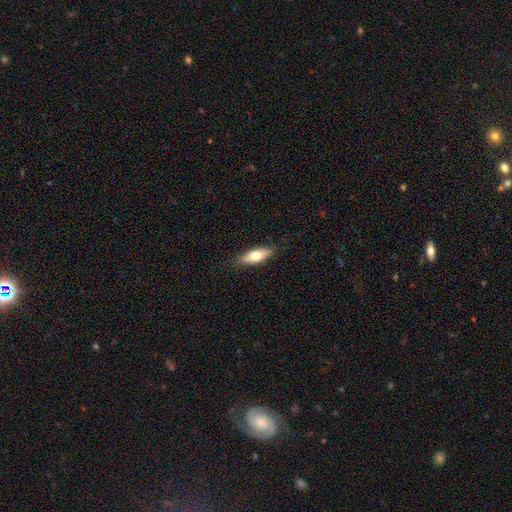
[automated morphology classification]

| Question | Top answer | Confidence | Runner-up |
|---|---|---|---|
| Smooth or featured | smooth | 66% | featured or disk (28%) |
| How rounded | in between | 67% | cigar-shaped (30%) |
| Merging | none | 86% | minor disturbance (11%) |